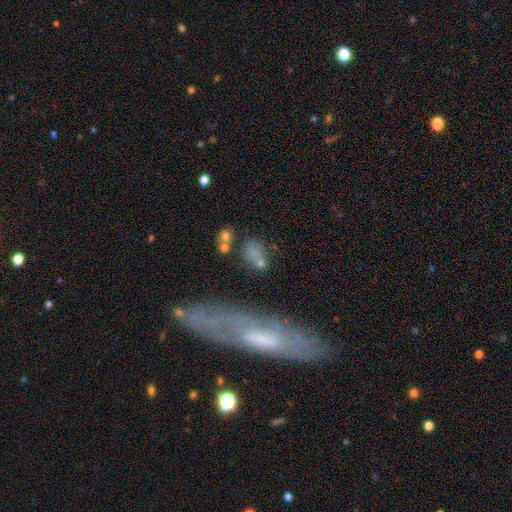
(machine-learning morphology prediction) This appears to be a smooth galaxy with no disk features (64%) that is in between round and cigar-shaped (66%). Merging: none (62%).